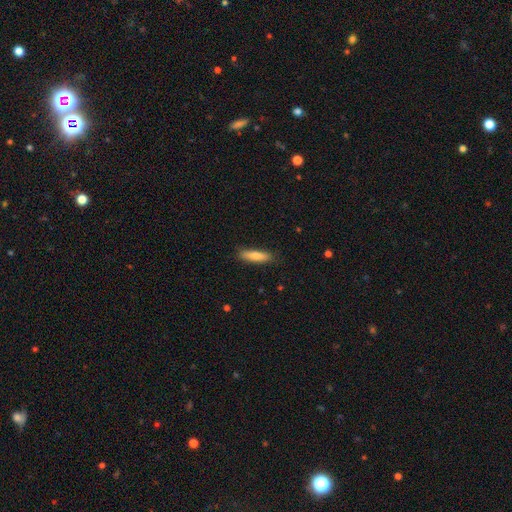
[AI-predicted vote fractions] smooth-or-featured: smooth: 79% | featured or disk: 15% | star or artifact: 6%
  how-rounded: cigar-shaped: 72% | in between: 27% | round: 2%
  merging: none: 86% | minor disturbance: 11% | major disturbance: 2% | merger: 1%